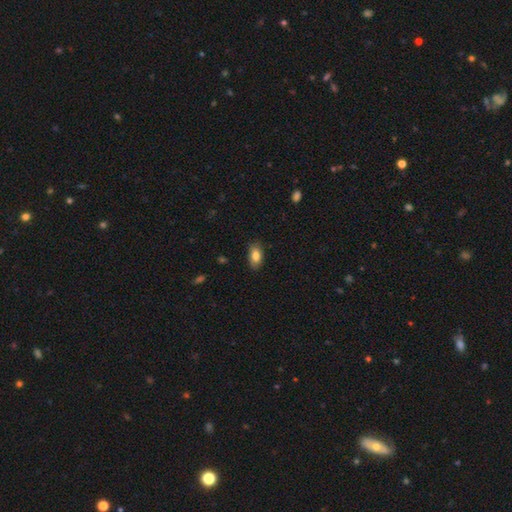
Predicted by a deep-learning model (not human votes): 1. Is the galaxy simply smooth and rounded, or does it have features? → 83% smooth, 10% featured or disk, 7% star or artifact.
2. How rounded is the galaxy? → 92% in between, 6% round, 3% cigar-shaped.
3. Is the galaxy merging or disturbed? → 84% none, 12% minor disturbance, 2% major disturbance, 1% merger.